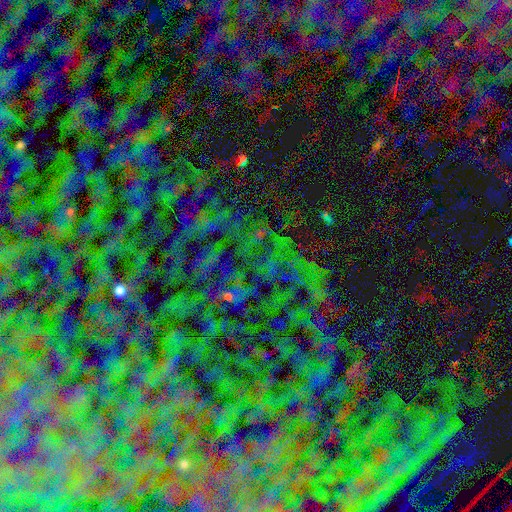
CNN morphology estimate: This is clearly a star or artifact rather than a galaxy (83%).